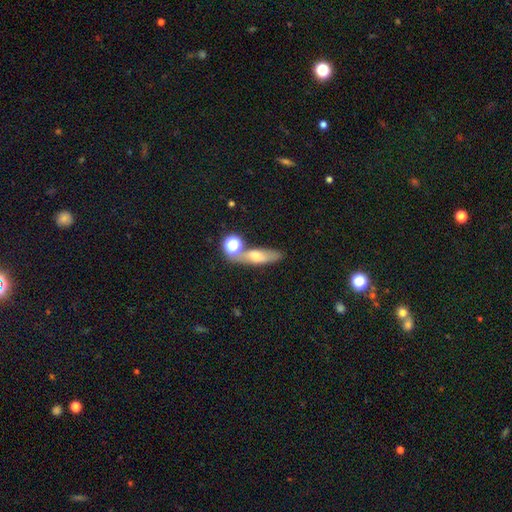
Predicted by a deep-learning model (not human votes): Smooth or featured? Predicted: smooth (p=0.54). How rounded? Predicted: in between (p=0.42, tied with cigar-shaped). Merging? Predicted: none (p=0.59).